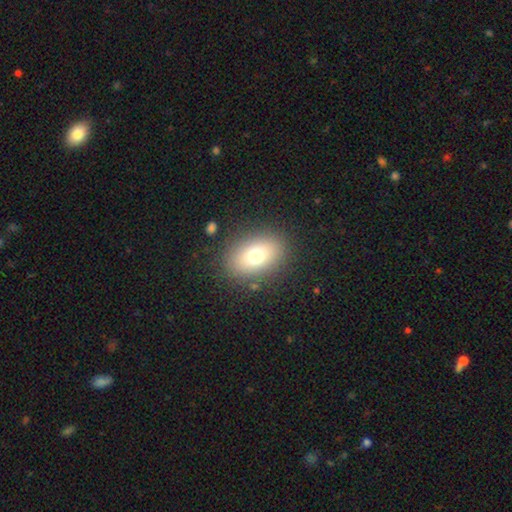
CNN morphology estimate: This appears to be a smooth galaxy with no disk features (72%) that is in between round and cigar-shaped (71%). Merging: none (85%).